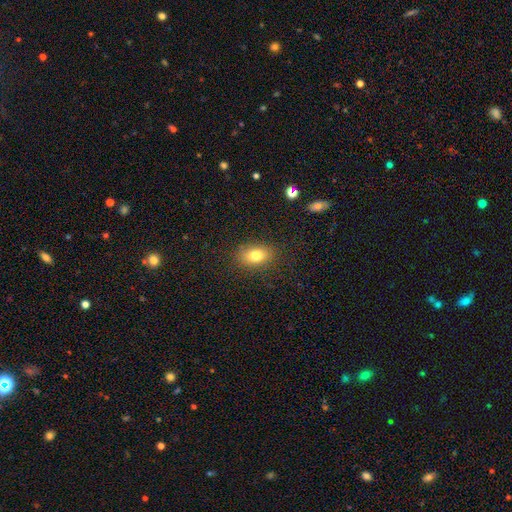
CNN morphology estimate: The model was most divided on "how rounded": in between: 78%, round: 20%, cigar-shaped: 2%. More confident: merging — none (84%); smooth or featured — smooth (78%).